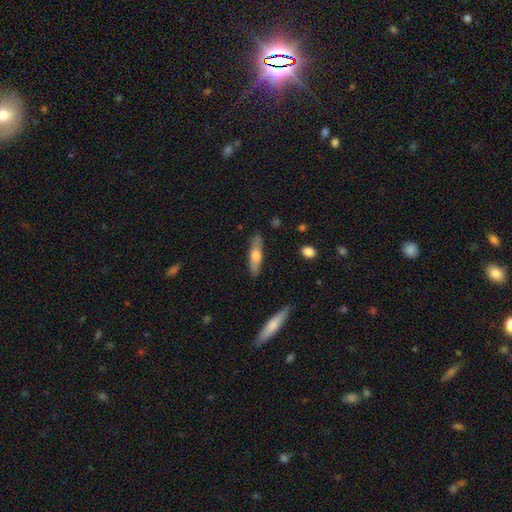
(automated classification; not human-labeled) A smooth galaxy with no disk features (57%) that is cigar-shaped (68%).

Vote fractions:
- Smooth or featured? smooth: 57% / featured or disk: 38% / star or artifact: 6%
- How rounded? cigar-shaped: 68% / in between: 30% / round: 2%
- Merging? none: 86% / minor disturbance: 10% / major disturbance: 2% / merger: 2%